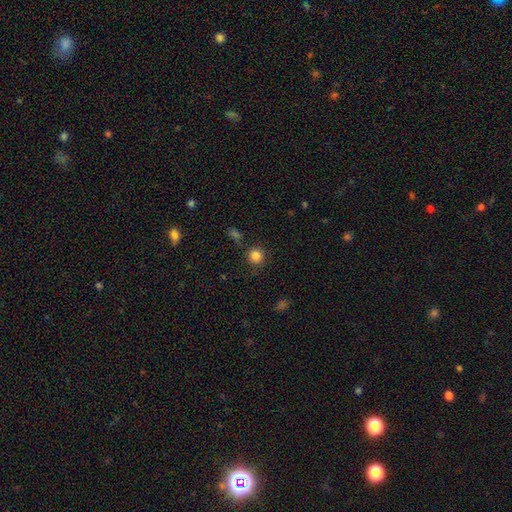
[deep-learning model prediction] A smooth galaxy with no disk features (84%) that is round (92%).

Vote fractions:
- Smooth or featured? smooth: 84% / star or artifact: 12% / featured or disk: 4%
- How rounded? round: 92% / in between: 7% / cigar-shaped: 1%
- Merging? none: 84% / minor disturbance: 9% / merger: 4% / major disturbance: 3%